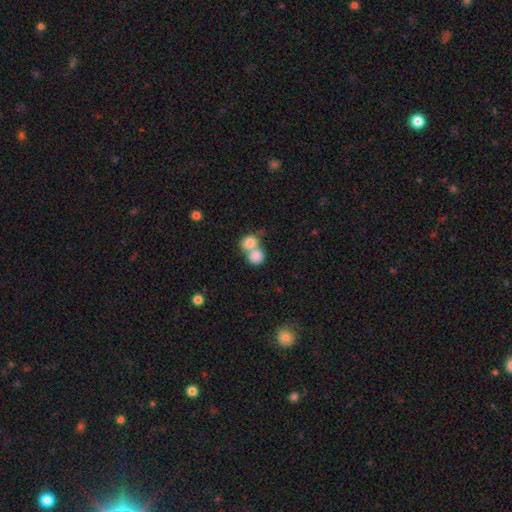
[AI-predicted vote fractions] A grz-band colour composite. It shows a smooth galaxy with no disk features (82%) that is round (69%). Merging: merger (67%).